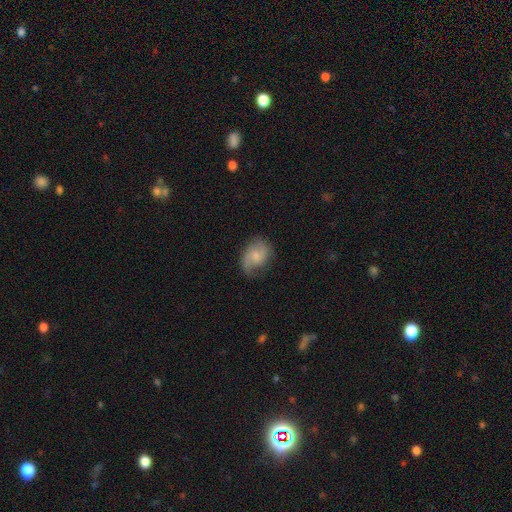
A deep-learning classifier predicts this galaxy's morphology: Overall: featured or disk (49%; smooth 44%). Merging: none (64%; minor disturbance 24%).